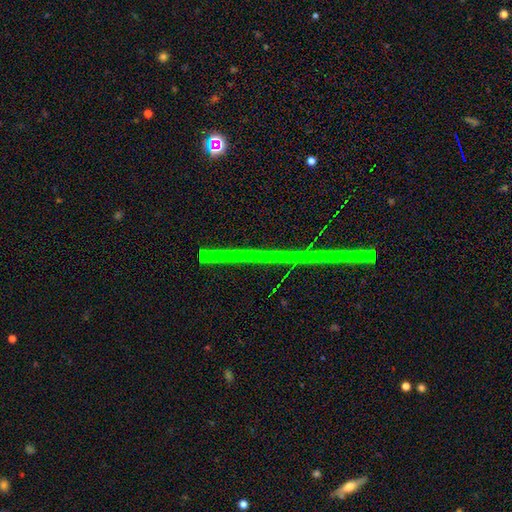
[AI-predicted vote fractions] The model was most divided on "smooth or featured": star or artifact: 83%, featured or disk: 12%, smooth: 6%.